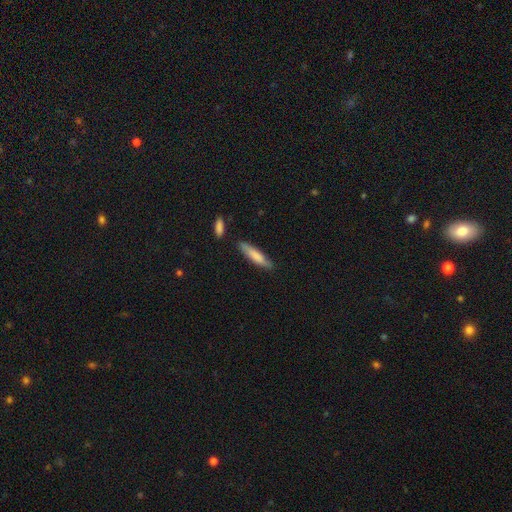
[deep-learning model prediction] Morphology: type=smooth (77%); roundness=cigar-shaped (83%); merging=none (80%).